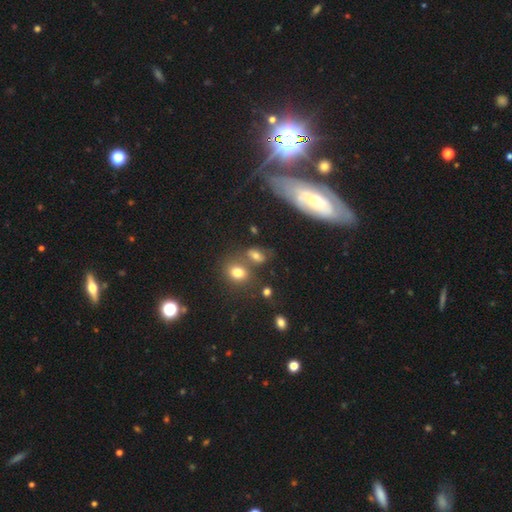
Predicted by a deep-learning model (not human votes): Morphology: type=smooth (63%); roundness=in between (69%); merging=none (53%).